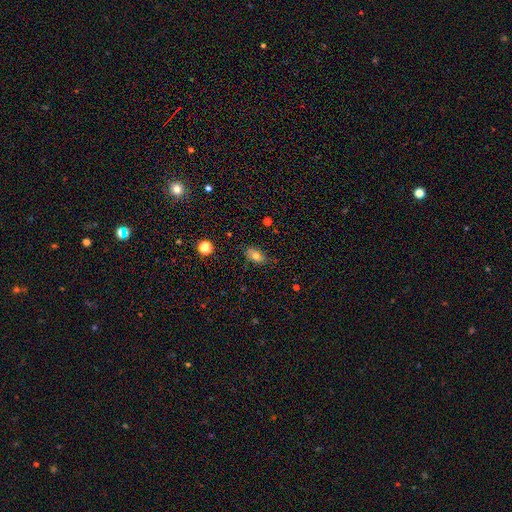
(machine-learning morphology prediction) This is likely a smooth galaxy (76%). How rounded: clearly in between (87%). Merging: likely none (74%).